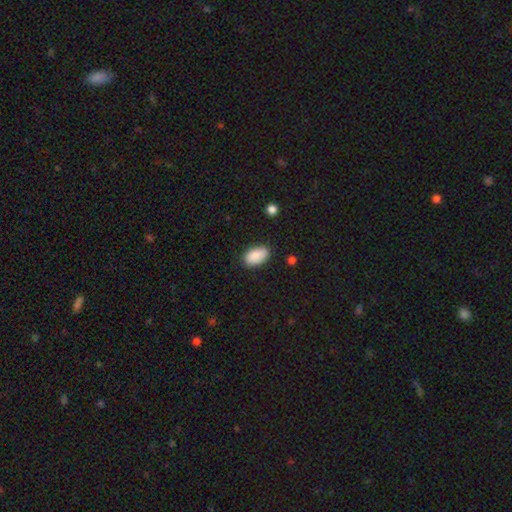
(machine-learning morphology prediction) Overall: smooth (89%). How rounded: in between (94%). Merging: none (81%).